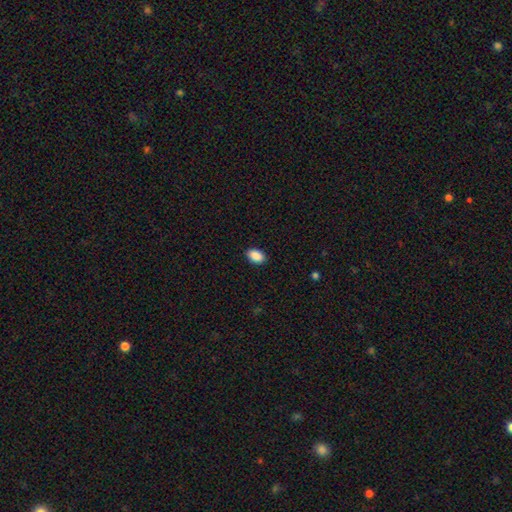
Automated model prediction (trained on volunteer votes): Smooth or featured? smooth (90%)
How rounded? in between (90%)
Merging? none (90%)